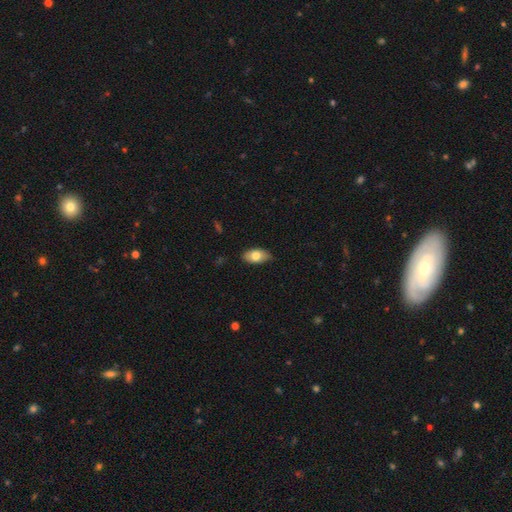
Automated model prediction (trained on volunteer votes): A smooth galaxy with no disk features (74%) that is in between round and cigar-shaped (93%). Merging: none (81%).